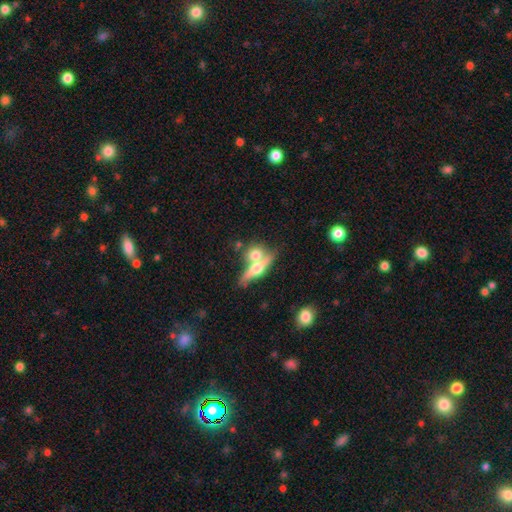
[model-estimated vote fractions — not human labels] smooth 51%, featured or disk 41%, star or artifact 8%. Down the decision tree: how rounded — in between (40%); merging — merger (51%).